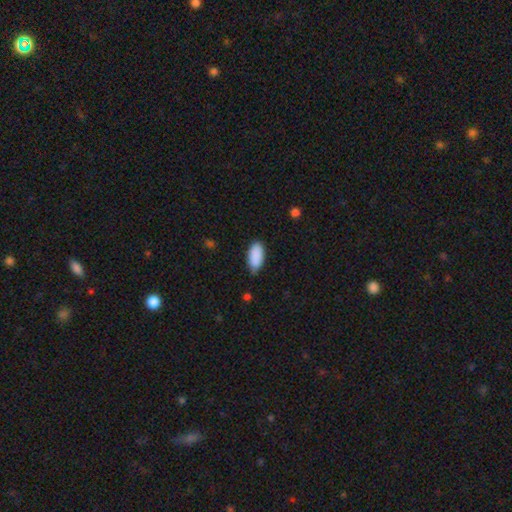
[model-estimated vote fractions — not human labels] Q: Smooth or featured?
A: smooth (89%); runner-up: star or artifact (6%)
Q: How rounded?
A: in between (93%); runner-up: cigar-shaped (4%)
Q: Merging?
A: none (69%); runner-up: minor disturbance (25%)